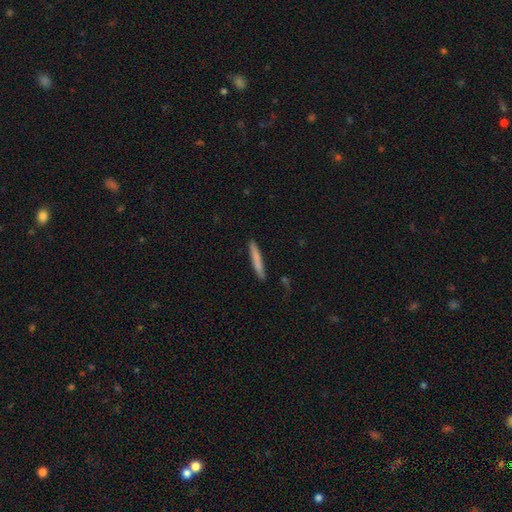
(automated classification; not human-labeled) Smooth or featured? smooth (72%)
How rounded? cigar-shaped (96%)
Merging? none (88%)